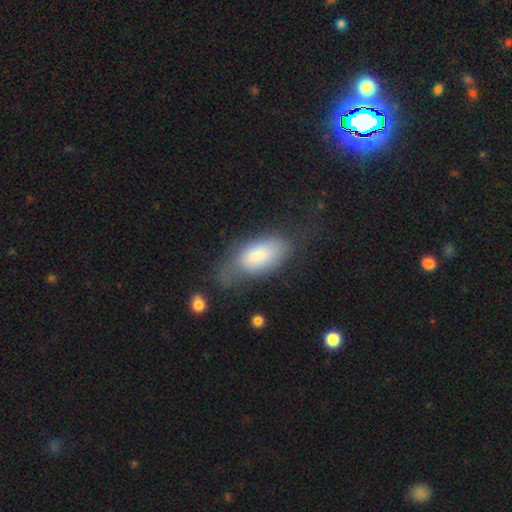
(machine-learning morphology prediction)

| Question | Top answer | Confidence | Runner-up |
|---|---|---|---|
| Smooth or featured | smooth | 77% | featured or disk (16%) |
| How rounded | in between | 91% | cigar-shaped (7%) |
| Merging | none | 41% | minor disturbance (32%) |